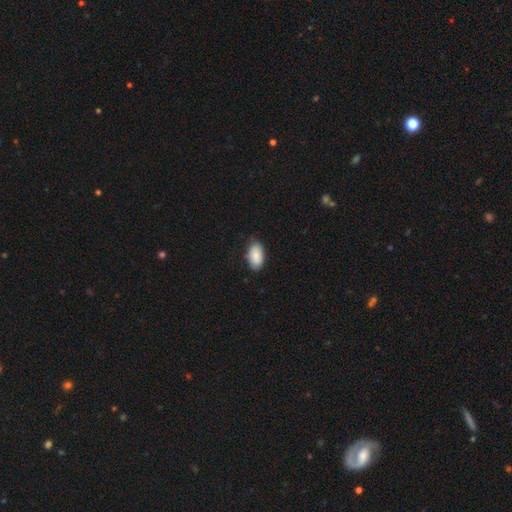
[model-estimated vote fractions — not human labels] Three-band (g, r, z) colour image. It shows a smooth galaxy with no disk features (86%) that is in between round and cigar-shaped (94%). Merging: none (76%).